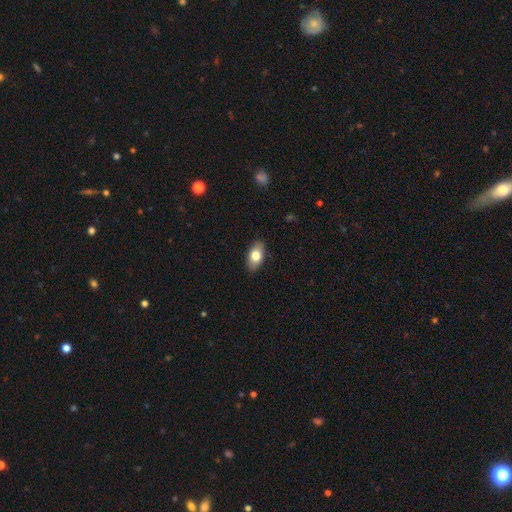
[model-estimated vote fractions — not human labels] Smooth or featured: smooth — 76% (featured or disk — 17%)
How rounded: in between — 91% (round — 5%)
Merging: none — 87% (minor disturbance — 10%)